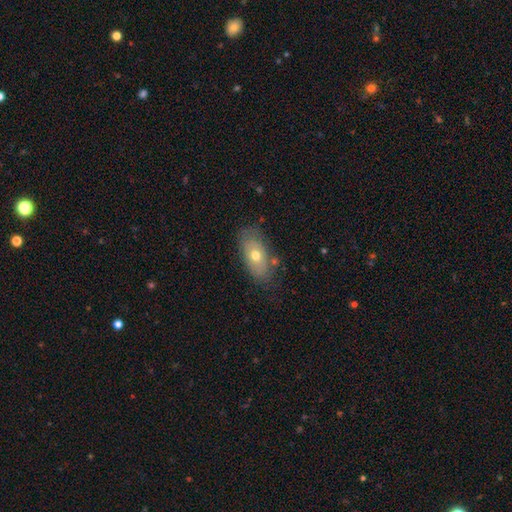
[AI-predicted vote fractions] The model was most divided on "smooth or featured": smooth: 58%, featured or disk: 33%, star or artifact: 8%. More confident: how rounded — in between (88%); merging — none (72%).